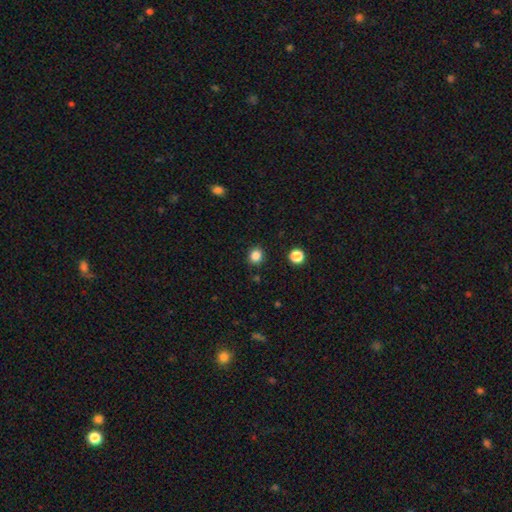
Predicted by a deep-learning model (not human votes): This is clearly a smooth galaxy (84%). How rounded: likely round (78%). Merging: clearly none (89%).